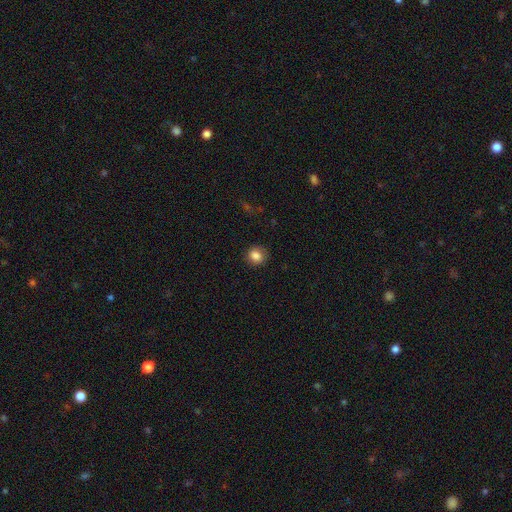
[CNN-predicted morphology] The model was most divided on "how rounded": round: 83%, in between: 16%, cigar-shaped: 1%. More confident: merging — none (87%); smooth or featured — smooth (84%).